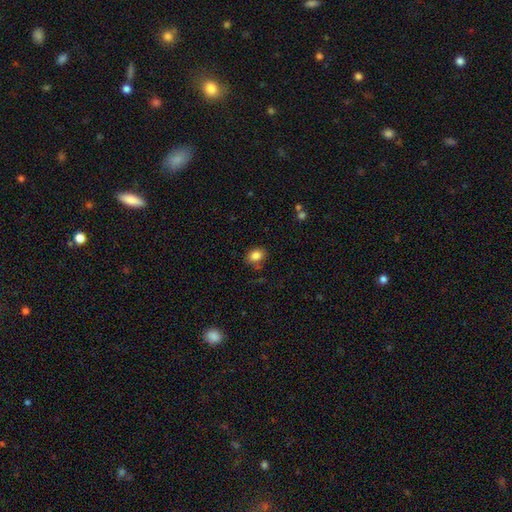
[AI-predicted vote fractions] Morphology: type=smooth (85%); roundness=in between (59%); merging=none (78%).